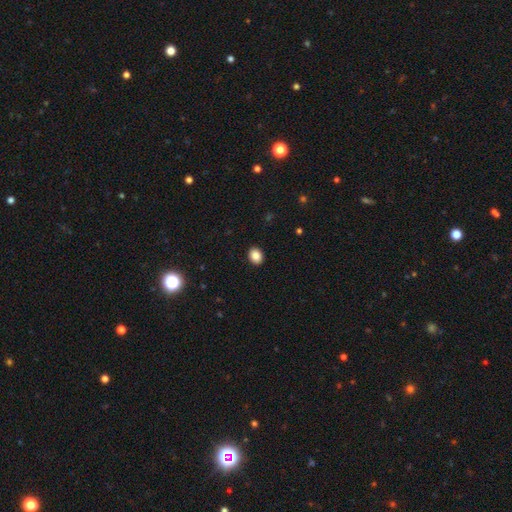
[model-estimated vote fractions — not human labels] Smooth or featured?
  - smooth: 86% *
  - star or artifact: 9%
  - featured or disk: 5%
How rounded?
  - in between: 55% *
  - round: 44%
  - cigar-shaped: 1%
Merging?
  - none: 91% *
  - minor disturbance: 6%
  - major disturbance: 2%
  - merger: 1%